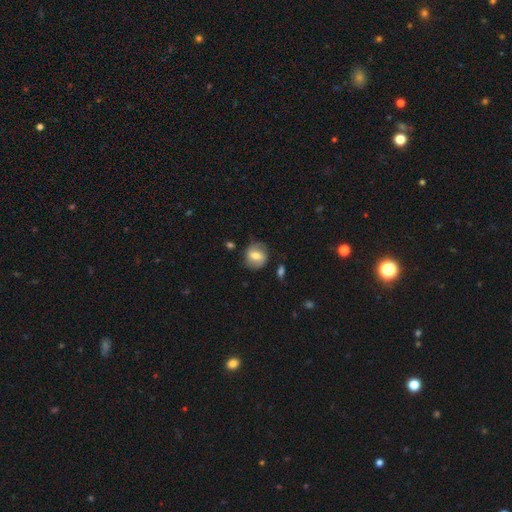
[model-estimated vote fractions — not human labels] The model was most divided on "smooth or featured": smooth: 56%, featured or disk: 36%, star or artifact: 8%. More confident: merging — none (76%); how rounded — round (75%).